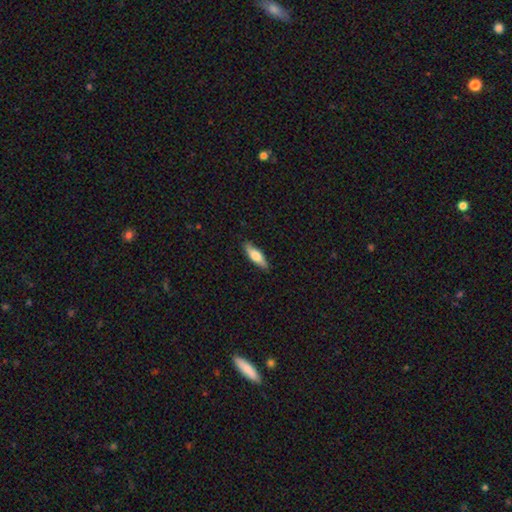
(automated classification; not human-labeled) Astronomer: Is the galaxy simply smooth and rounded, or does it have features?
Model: smooth — 68%.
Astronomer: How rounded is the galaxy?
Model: cigar-shaped — 53% (runner-up: in between, 45%).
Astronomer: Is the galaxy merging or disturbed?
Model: none — 87%.